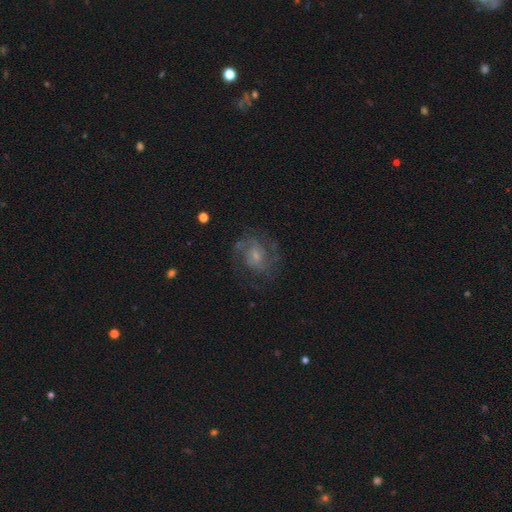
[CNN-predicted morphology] Smooth or featured: featured or disk — 76% (smooth — 15%)
Edge-on disk: no — 98% (yes — 2%)
Bar: no — 55% (weak — 39%)
Spiral arms: yes — 89% (no — 11%)
Spiral winding: medium — 47% (tight — 38%)
Spiral arm count: 2 — 41% (can't tell — 28%)
Bulge size: small — 60% (moderate — 27%)
Merging: none — 67% (minor disturbance — 17%)